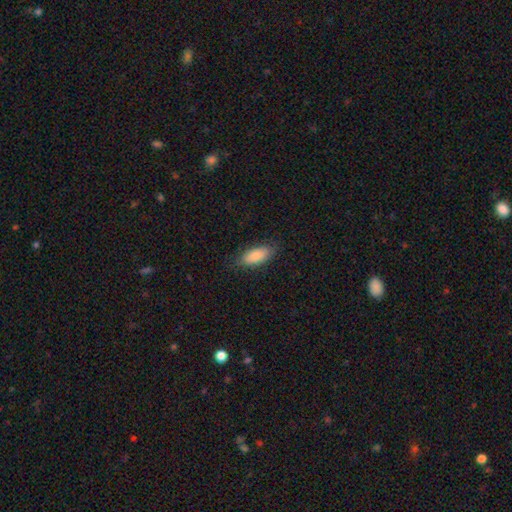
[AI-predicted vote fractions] Smooth or featured? smooth (85%)
How rounded? in between (83%)
Merging? none (81%)